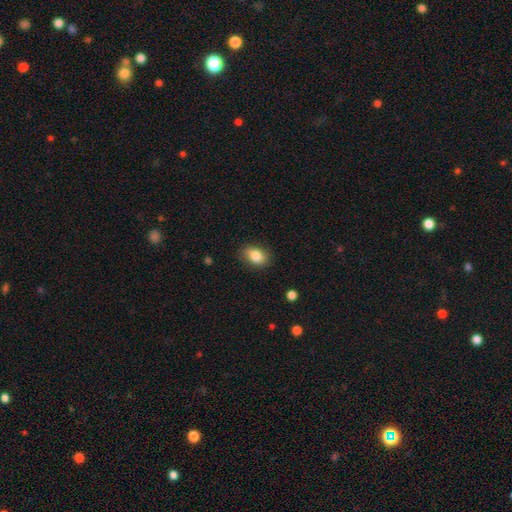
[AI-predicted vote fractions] A smooth galaxy with no disk features (85%) that is in between round and cigar-shaped (79%).

Vote fractions:
- Smooth or featured? smooth: 85% / star or artifact: 8% / featured or disk: 7%
- How rounded? in between: 79% / round: 19% / cigar-shaped: 1%
- Merging? none: 80% / minor disturbance: 15% / major disturbance: 4% / merger: 1%